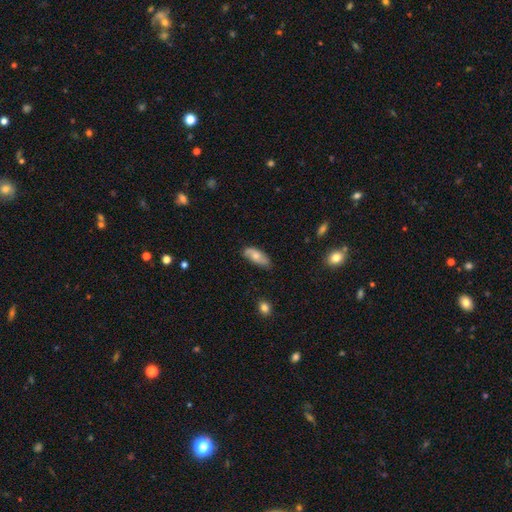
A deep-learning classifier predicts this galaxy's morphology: smooth_or_featured: smooth (p=0.60) [alt: featured or disk p=0.33]
how_rounded: in between (p=0.83) [alt: cigar-shaped p=0.14]
merging: none (p=0.71) [alt: minor disturbance p=0.24]